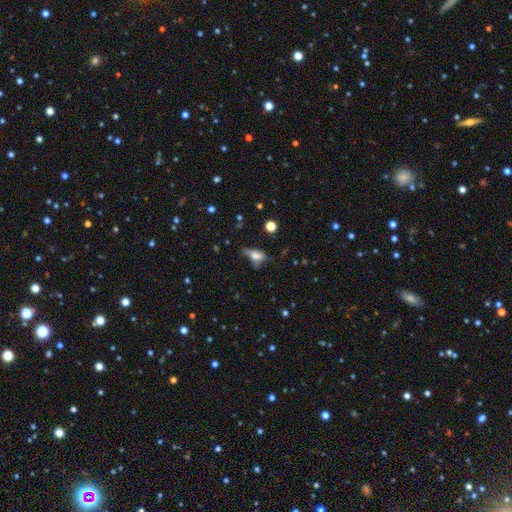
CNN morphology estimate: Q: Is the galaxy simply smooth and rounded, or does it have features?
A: smooth — 56%.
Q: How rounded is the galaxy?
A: in between — 75%.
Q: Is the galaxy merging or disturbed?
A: major disturbance — 32%, tied with none.